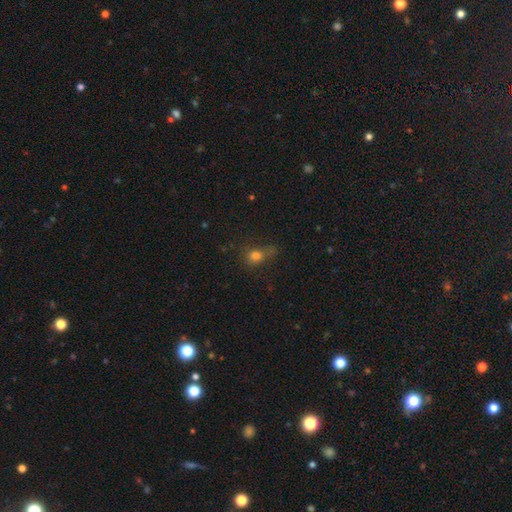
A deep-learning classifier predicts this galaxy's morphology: smooth-or-featured: smooth: 72% | star or artifact: 18% | featured or disk: 10%
  how-rounded: round: 61% | in between: 36% | cigar-shaped: 3%
  merging: none: 52% | minor disturbance: 23% | major disturbance: 15% | merger: 10%